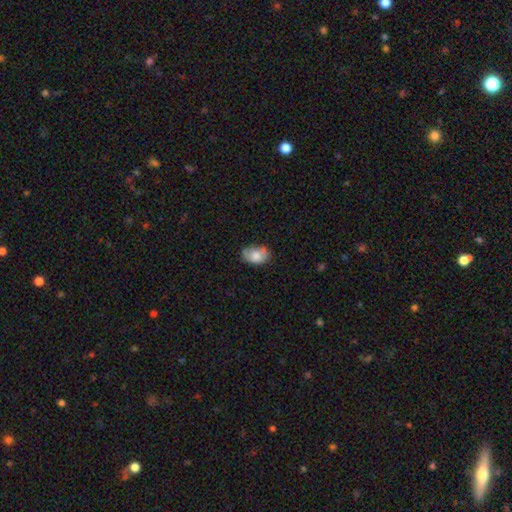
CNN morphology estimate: The model was most divided on "merging": none: 55%, minor disturbance: 34%, major disturbance: 8%, merger: 3%. More confident: how rounded — in between (86%); smooth or featured — smooth (79%).